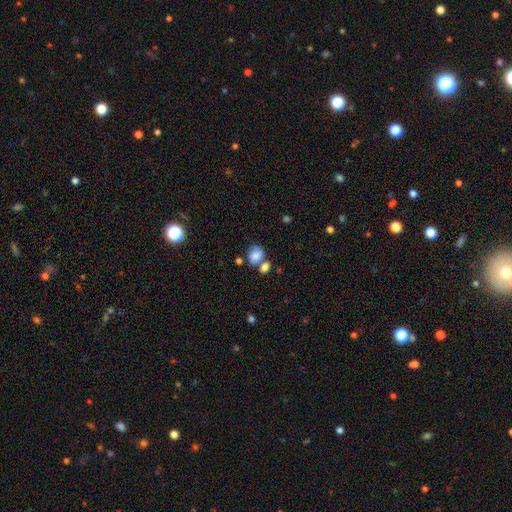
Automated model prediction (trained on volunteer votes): smooth 74%, featured or disk 16%, star or artifact 10%. Down the decision tree: how rounded — in between (51%); merging — none (38%, tied with merger).